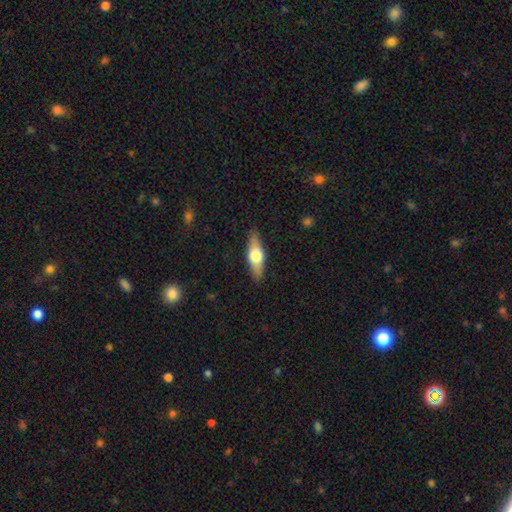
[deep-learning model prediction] This appears to be a featured or disk galaxy (48%). Merging: none (88%).